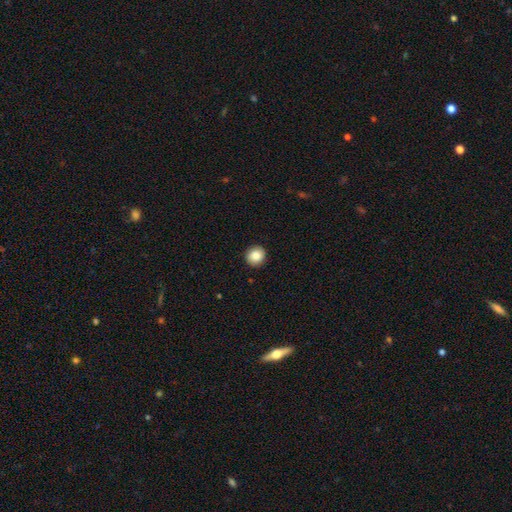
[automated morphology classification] Q: Smooth or featured?
A: smooth (87%); runner-up: star or artifact (9%)
Q: How rounded?
A: round (90%); runner-up: in between (9%)
Q: Merging?
A: none (91%); runner-up: minor disturbance (6%)